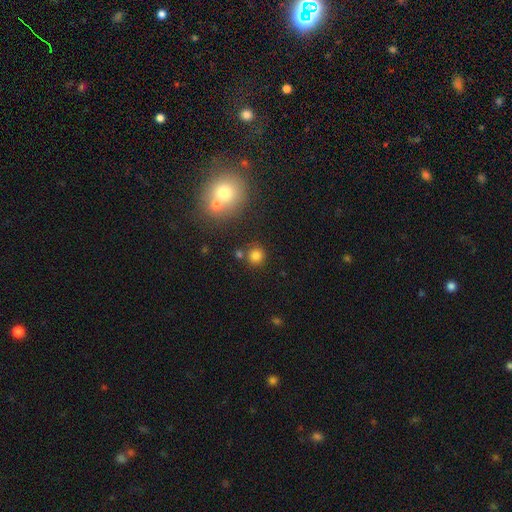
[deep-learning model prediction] Morphology: type=smooth (79%); roundness=round (92%); merging=none (80%).